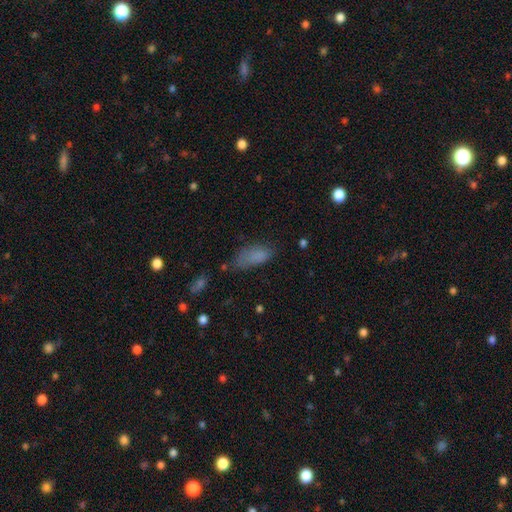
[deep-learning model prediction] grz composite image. It shows a smooth galaxy with no disk features (79%) that is in between round and cigar-shaped (83%). Merging: none (48%).